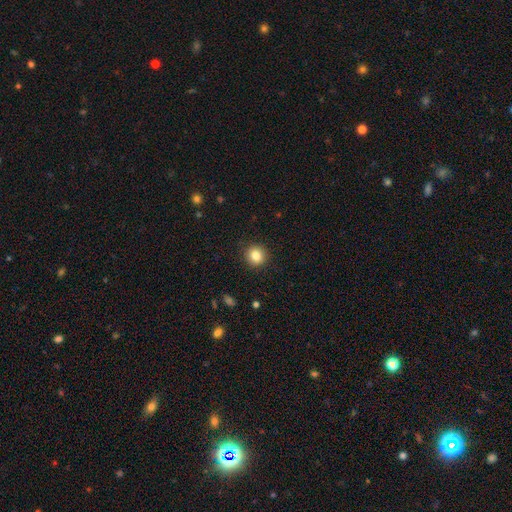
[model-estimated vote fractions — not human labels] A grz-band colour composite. It shows a smooth galaxy with no disk features (84%) that is round (86%). Merging: none (90%).